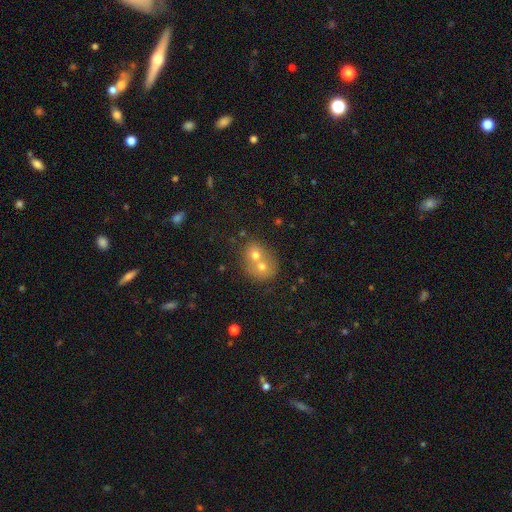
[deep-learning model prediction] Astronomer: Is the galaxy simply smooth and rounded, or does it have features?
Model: smooth — 62%.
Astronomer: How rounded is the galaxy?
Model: round — 70%.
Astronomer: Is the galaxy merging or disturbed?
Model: merger — 68%.